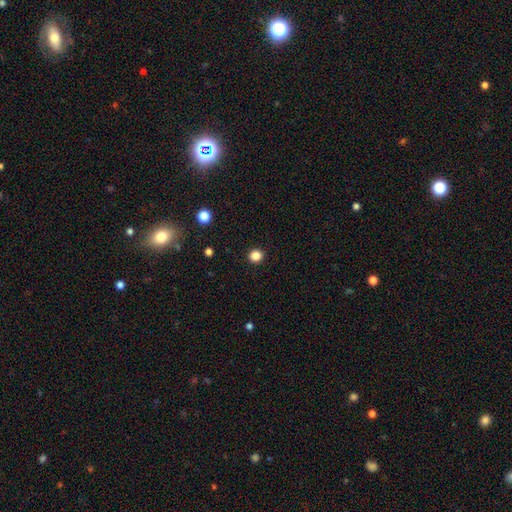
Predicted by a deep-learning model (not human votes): The model was most divided on "smooth or featured": smooth: 85%, star or artifact: 12%, featured or disk: 3%. More confident: merging — none (93%); how rounded — round (91%).